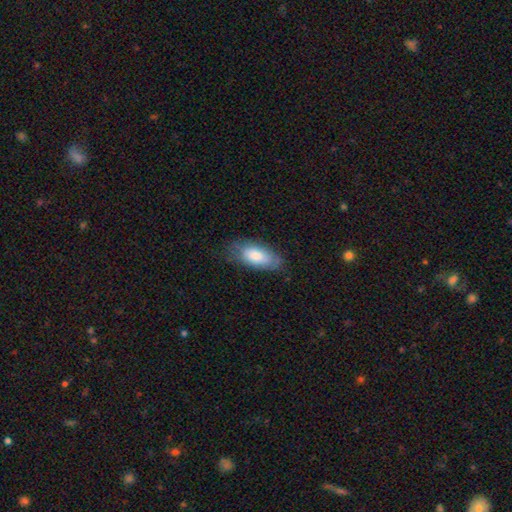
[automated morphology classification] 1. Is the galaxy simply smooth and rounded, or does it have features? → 76% smooth, 18% featured or disk, 6% star or artifact.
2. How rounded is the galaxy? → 90% in between, 8% cigar-shaped, 2% round.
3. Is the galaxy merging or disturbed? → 66% none, 25% minor disturbance, 8% major disturbance, 1% merger.